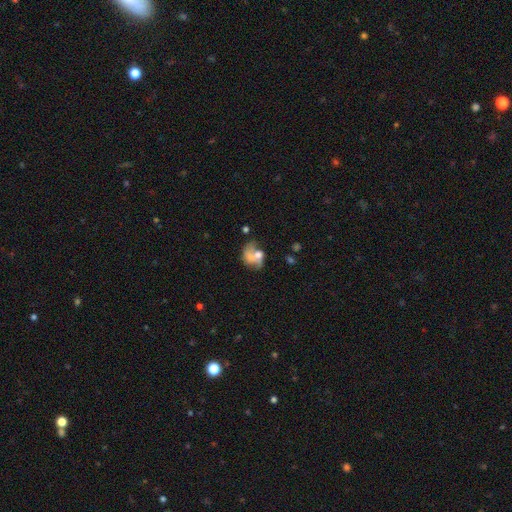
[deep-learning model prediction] This is possibly a featured or disk galaxy (46%). Merging: marginally merger (34%).